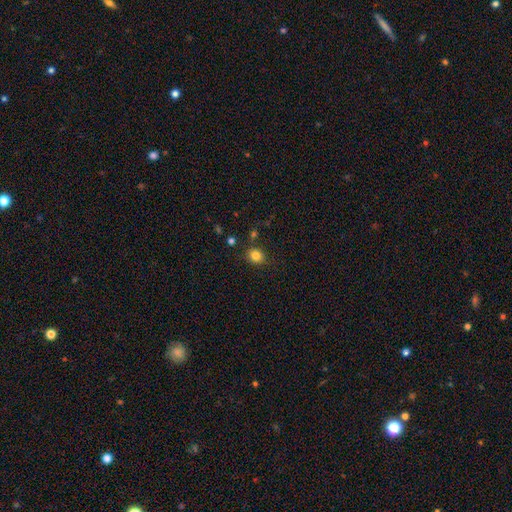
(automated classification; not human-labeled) A smooth galaxy with no disk features (83%) that is round (73%). Merging: none (84%).